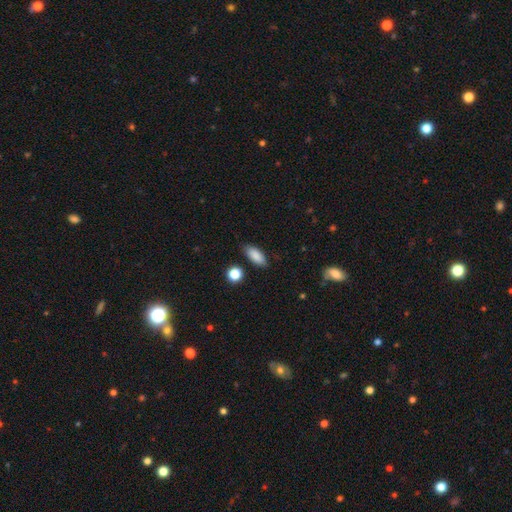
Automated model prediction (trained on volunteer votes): Smooth or featured? smooth (87%)
How rounded? in between (82%)
Merging? none (84%)